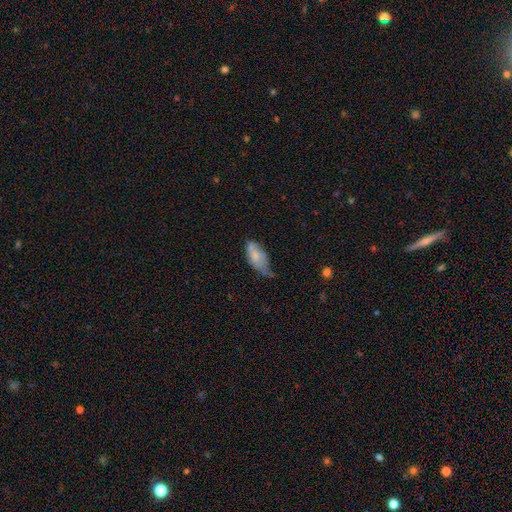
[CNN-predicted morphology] Smooth or featured? smooth (63%)
How rounded? in between (90%)
Merging? minor disturbance (41%)